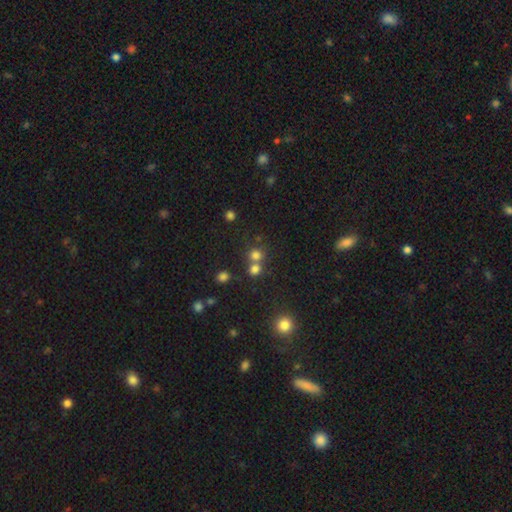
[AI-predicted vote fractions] A smooth galaxy with no disk features (74%) that is round (85%).

Vote fractions:
- Smooth or featured? smooth: 74% / star or artifact: 18% / featured or disk: 8%
- How rounded? round: 85% / in between: 14% / cigar-shaped: 1%
- Merging? none: 52% / merger: 38% / minor disturbance: 6% / major disturbance: 3%